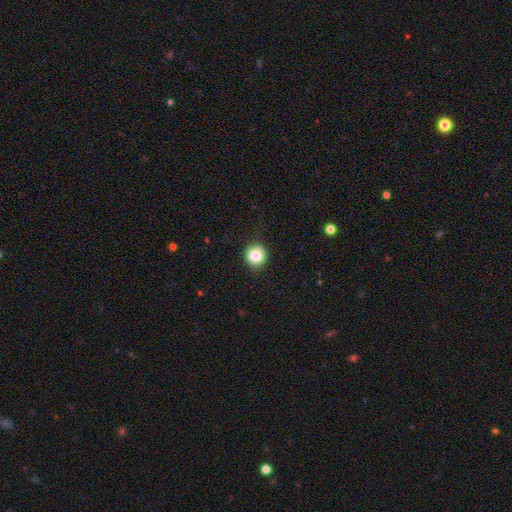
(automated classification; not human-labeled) Overall: smooth (84%). How rounded: round (91%). Merging: none (85%).